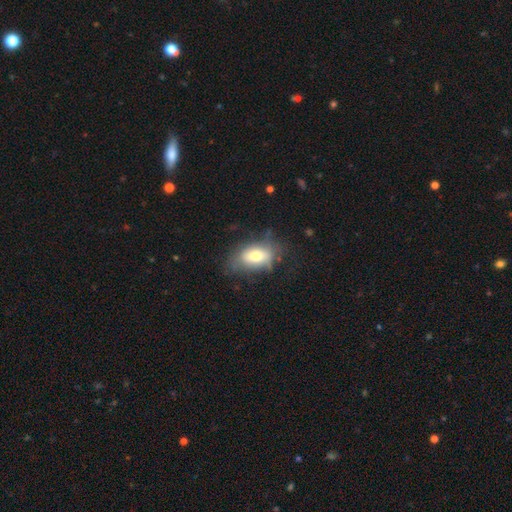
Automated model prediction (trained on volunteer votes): A smooth galaxy with no disk features (67%) that is in between round and cigar-shaped (87%). Merging: none (53%).